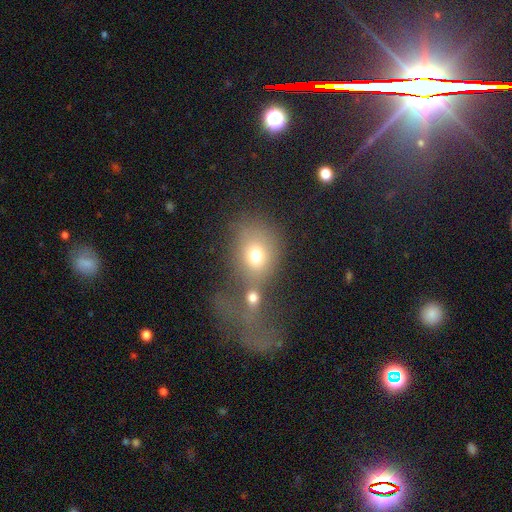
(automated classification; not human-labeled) Smooth or featured? Predicted: smooth (p=0.70). How rounded? Predicted: in between (p=0.50). Merging? Predicted: merger (p=0.54).